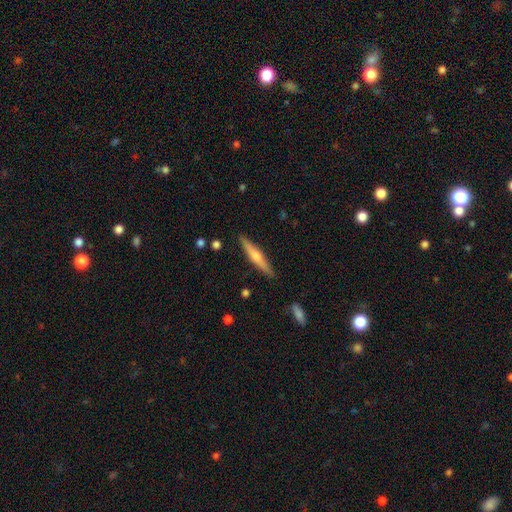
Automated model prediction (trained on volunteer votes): smooth-or-featured: featured or disk: 60% | smooth: 34% | star or artifact: 6%
  disk-edge-on: yes: 97% | no: 3%
    edge-on-bulge: rounded: 85% | none: 11% | boxy: 5%
  merging: none: 90% | minor disturbance: 7% | merger: 1% | major disturbance: 1%